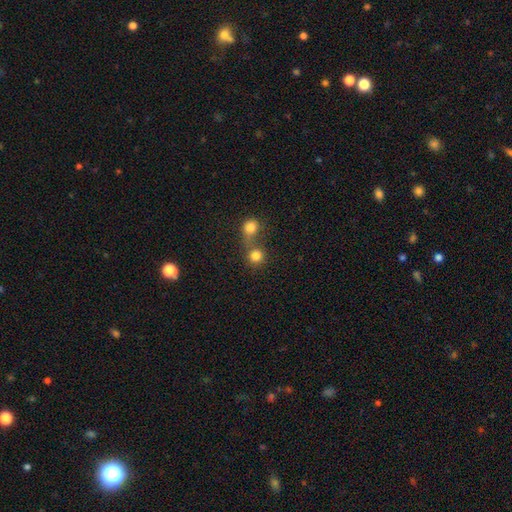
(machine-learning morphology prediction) The model was most divided on "merging": merger: 47%, none: 44%, minor disturbance: 6%, major disturbance: 3%. More confident: how rounded — round (89%); smooth or featured — smooth (81%).